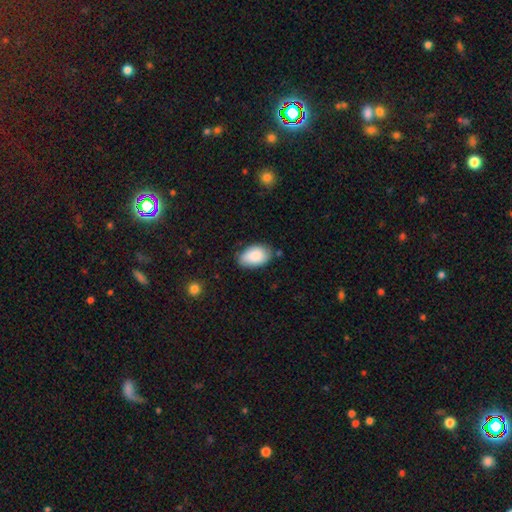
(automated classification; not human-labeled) Q: Smooth or featured?
A: smooth (87%); runner-up: featured or disk (7%)
Q: How rounded?
A: in between (92%); runner-up: round (6%)
Q: Merging?
A: none (71%); runner-up: minor disturbance (23%)